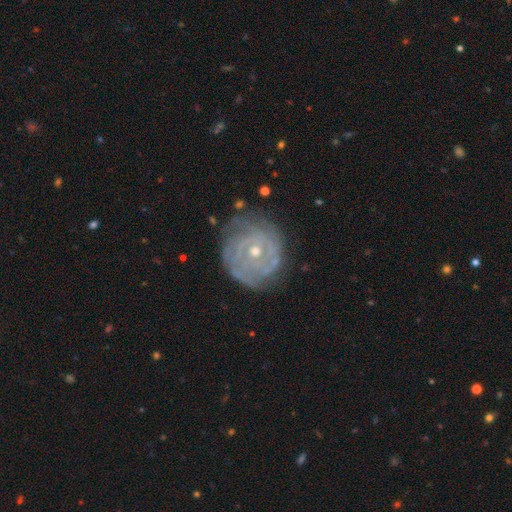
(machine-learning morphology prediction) featured or disk 79%, smooth 12%, star or artifact 9%. Down the decision tree: edge-on disk — no (97%); bar — no (71%); spiral arms — yes (91%); spiral arm count — can't tell (39%); spiral winding — tight (80%); bulge size — small (63%); merging — none (77%).